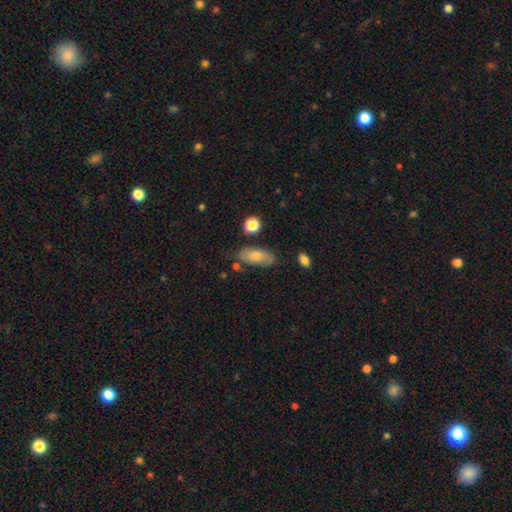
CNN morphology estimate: Smooth or featured? smooth (67%)
How rounded? in between (84%)
Merging? none (72%)